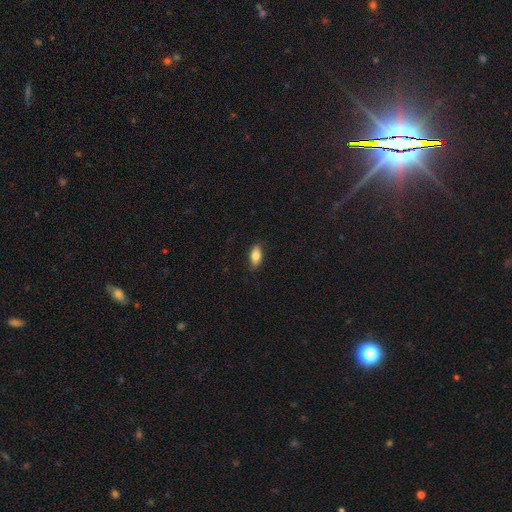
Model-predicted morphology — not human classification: This is clearly a smooth galaxy (81%). How rounded: clearly in between (88%). Merging: clearly none (85%).